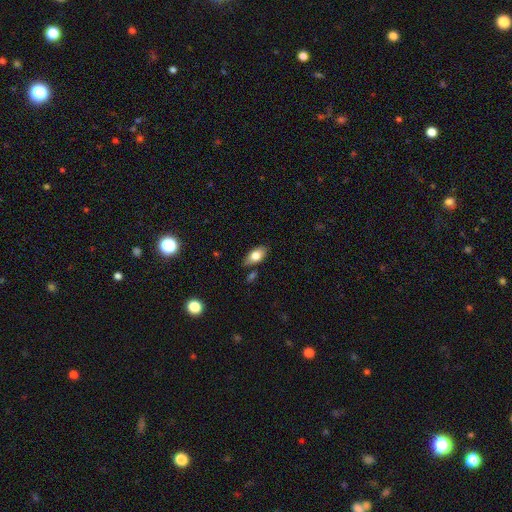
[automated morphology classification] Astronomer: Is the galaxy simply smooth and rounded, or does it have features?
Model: smooth — 77%.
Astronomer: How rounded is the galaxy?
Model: in between — 90%.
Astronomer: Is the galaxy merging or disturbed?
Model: none — 76%.